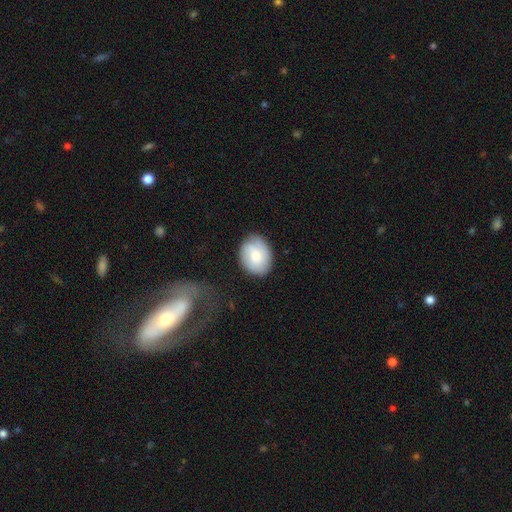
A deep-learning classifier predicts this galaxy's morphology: Smooth or featured: smooth — 69% (featured or disk — 25%)
How rounded: in between — 57% (round — 43%)
Merging: none — 78% (minor disturbance — 16%)